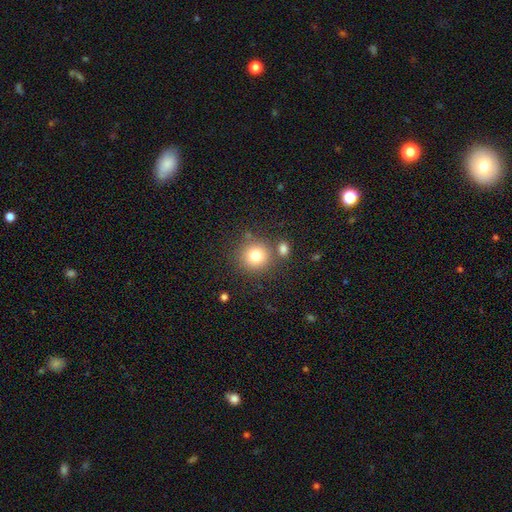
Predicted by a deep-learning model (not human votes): A smooth galaxy with no disk features (78%) that is round (92%).

Vote fractions:
- Smooth or featured? smooth: 78% / star or artifact: 13% / featured or disk: 10%
- How rounded? round: 92% / in between: 7% / cigar-shaped: 1%
- Merging? none: 74% / merger: 13% / minor disturbance: 9% / major disturbance: 3%